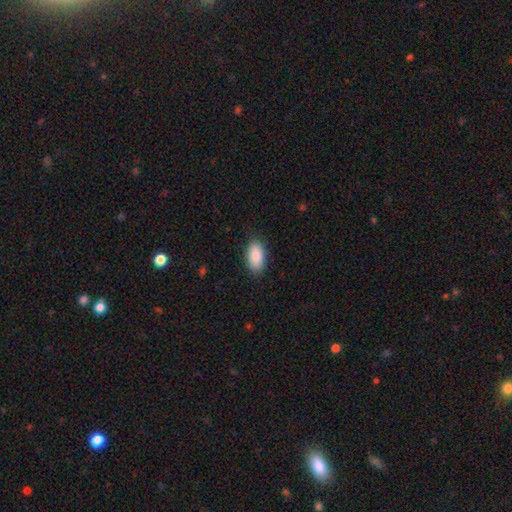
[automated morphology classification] The model was most divided on "merging": none: 86%, minor disturbance: 10%, major disturbance: 2%, merger: 1%. More confident: how rounded — in between (95%); smooth or featured — smooth (88%).